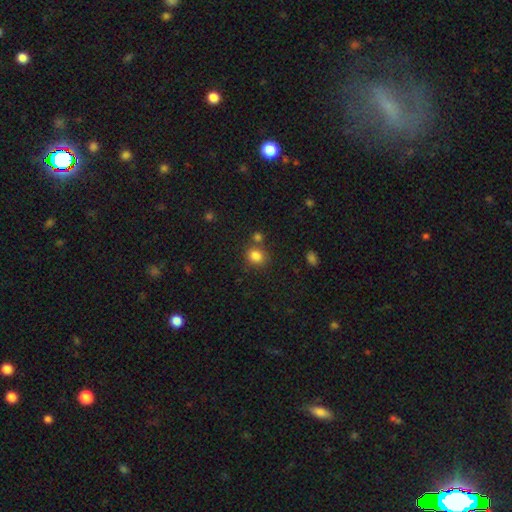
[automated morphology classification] This appears to be a smooth galaxy with no disk features (83%) that is round (71%). Merging: none (71%).